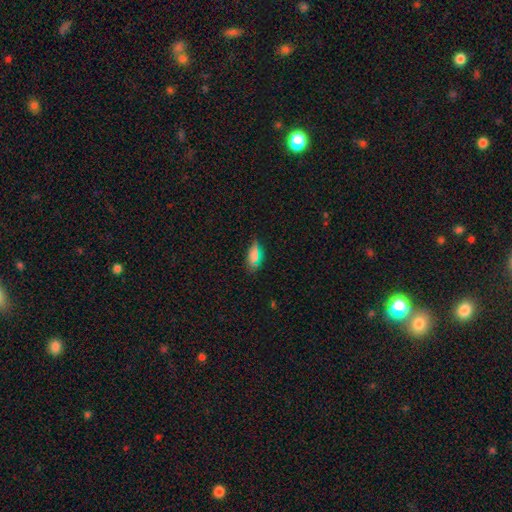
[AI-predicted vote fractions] Q: Smooth or featured?
A: smooth (71%); runner-up: star or artifact (20%)
Q: How rounded?
A: in between (89%); runner-up: cigar-shaped (7%)
Q: Merging?
A: none (77%); runner-up: minor disturbance (17%)